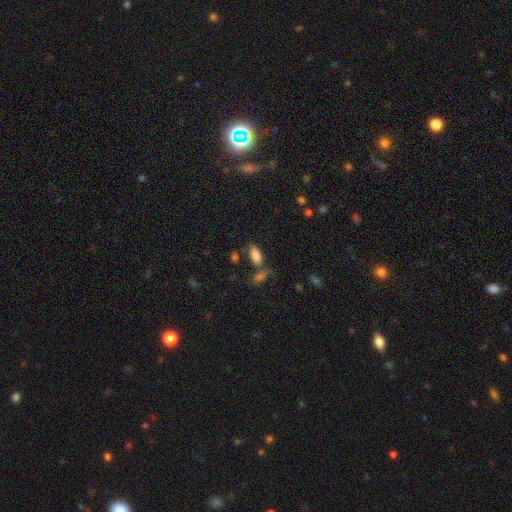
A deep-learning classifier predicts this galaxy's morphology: type=smooth (82%); roundness=in between (90%); merging=none (55%).